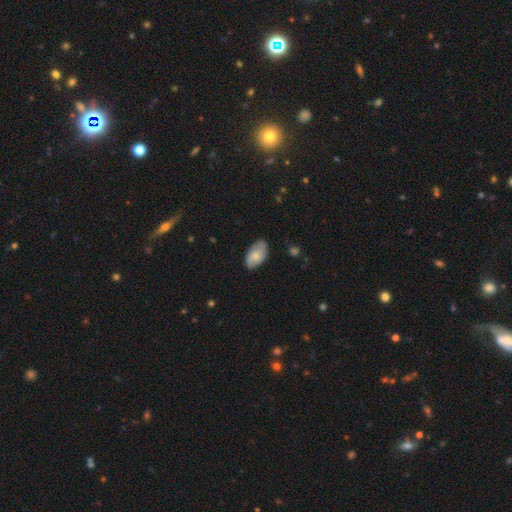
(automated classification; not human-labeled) Smooth or featured? Predicted: smooth (p=0.70). How rounded? Predicted: in between (p=0.94). Merging? Predicted: none (p=0.76).